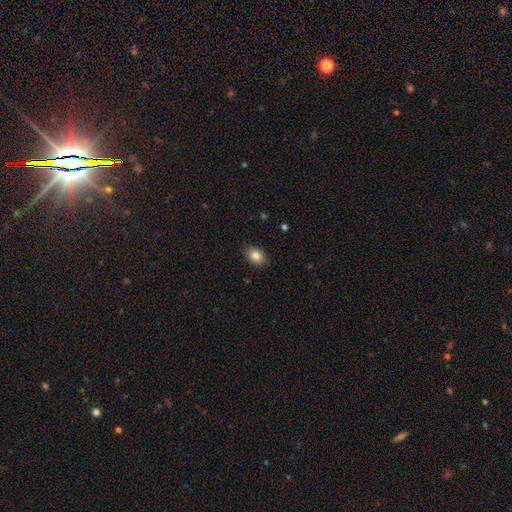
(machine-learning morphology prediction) smooth_or_featured: smooth (p=0.84) [alt: star or artifact p=0.09]
how_rounded: in between (p=0.80) [alt: round p=0.18]
merging: none (p=0.87) [alt: minor disturbance p=0.10]